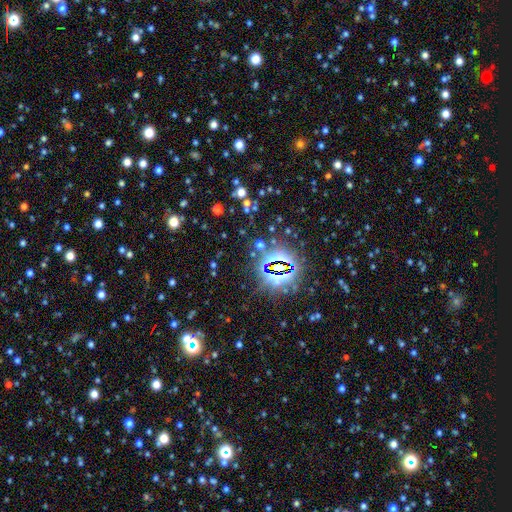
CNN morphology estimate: The model was most divided on "smooth or featured": star or artifact: 81%, smooth: 11%, featured or disk: 8%.